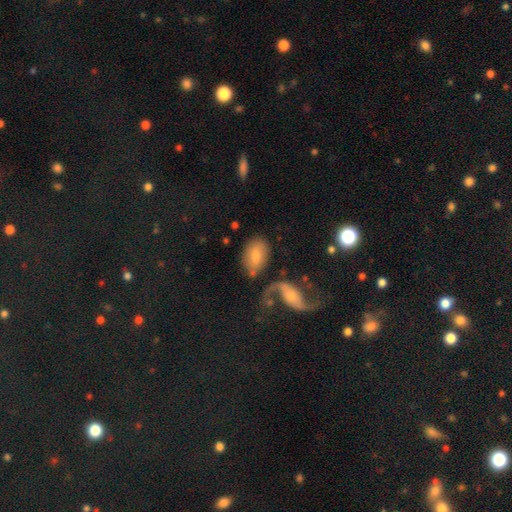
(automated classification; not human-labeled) Overall: smooth (68%). How rounded: in between (89%). Merging: none (62%).